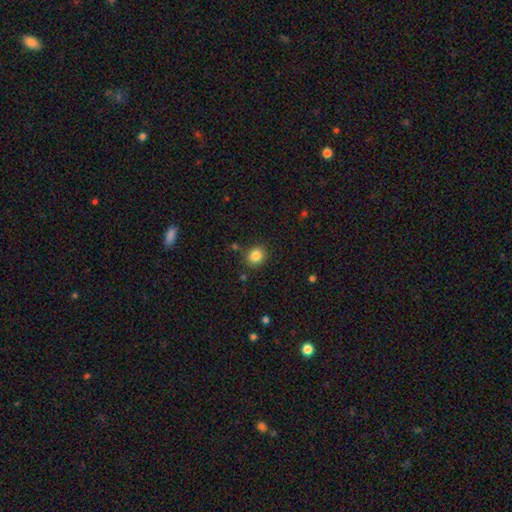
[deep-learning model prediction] This is clearly a smooth galaxy (85%). How rounded: likely round (79%). Merging: clearly none (85%).